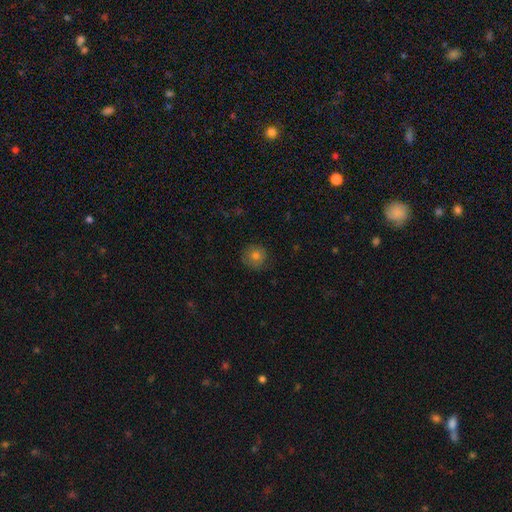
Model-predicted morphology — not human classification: The model was most divided on "smooth or featured": smooth: 77%, featured or disk: 12%, star or artifact: 11%. More confident: how rounded — round (93%); merging — none (82%).